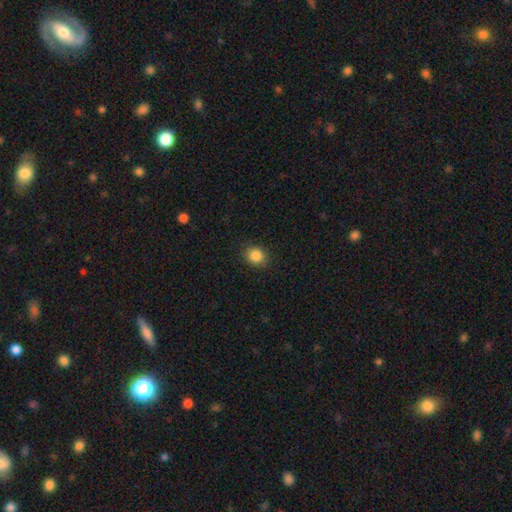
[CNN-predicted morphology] Q: Smooth or featured?
A: smooth (86%); runner-up: star or artifact (10%)
Q: How rounded?
A: round (67%); runner-up: in between (32%)
Q: Merging?
A: none (88%); runner-up: minor disturbance (9%)